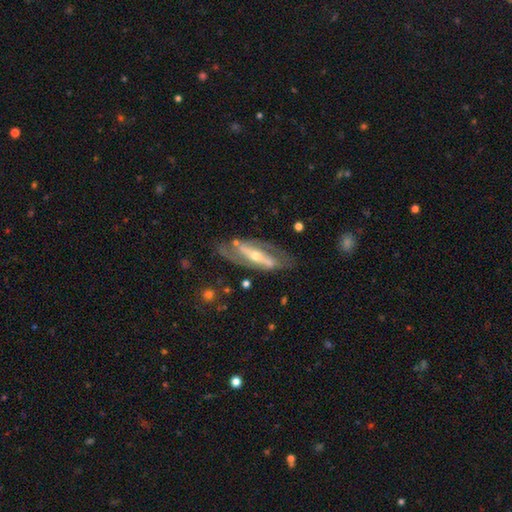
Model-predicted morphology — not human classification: type=featured or disk (82%); edge-on=no (83%); bar=strong (64%); spiral arms=yes (82%); winding=medium (44%); arm count=2 (84%); bulge=small (48%); merging=none (70%).